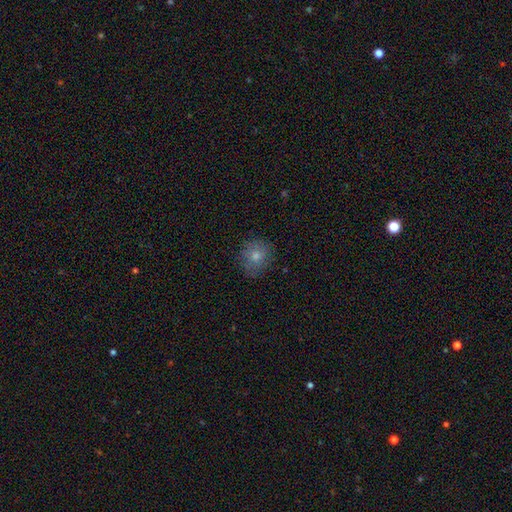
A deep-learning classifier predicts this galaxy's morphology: Smooth or featured: smooth — 68% (featured or disk — 17%)
How rounded: round — 86% (in between — 13%)
Merging: none — 84% (minor disturbance — 12%)